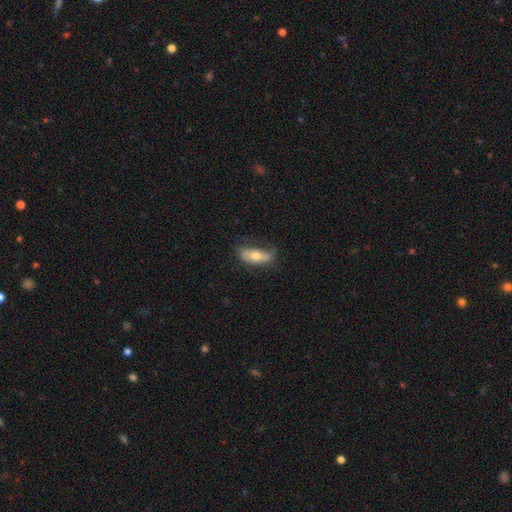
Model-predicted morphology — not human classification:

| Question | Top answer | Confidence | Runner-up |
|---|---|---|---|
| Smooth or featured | smooth | 51% | featured or disk (42%) |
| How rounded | in between | 77% | cigar-shaped (20%) |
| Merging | none | 52% | minor disturbance (30%) |